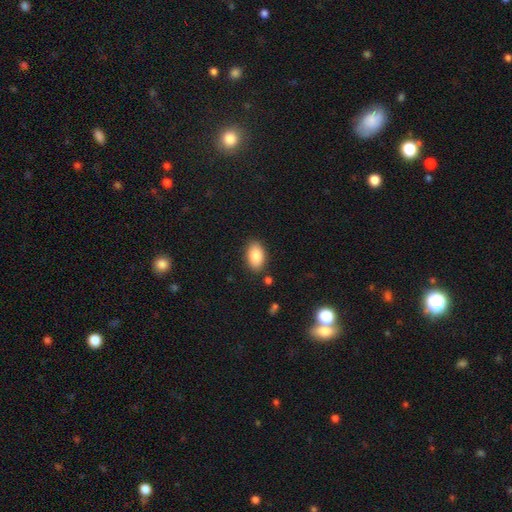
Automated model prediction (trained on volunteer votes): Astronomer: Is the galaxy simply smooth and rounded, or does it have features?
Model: smooth — 85%.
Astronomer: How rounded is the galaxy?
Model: in between — 92%.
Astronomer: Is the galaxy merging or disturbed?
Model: none — 86%.